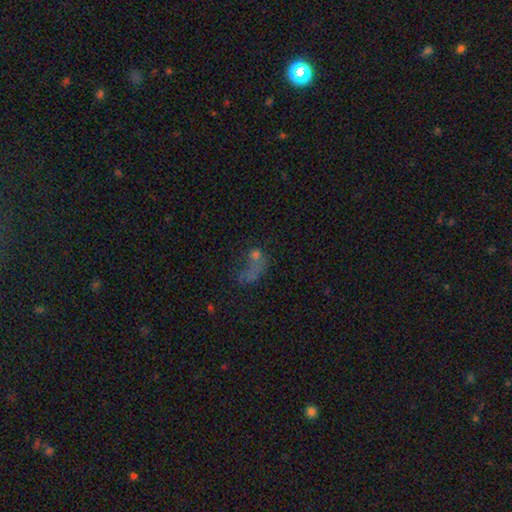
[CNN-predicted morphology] A smooth galaxy with no disk features (49%).

Vote fractions:
- Smooth or featured? smooth: 49% / featured or disk: 27% / star or artifact: 24%
- Merging? major disturbance: 34% / merger: 28% / none: 26% / minor disturbance: 12%